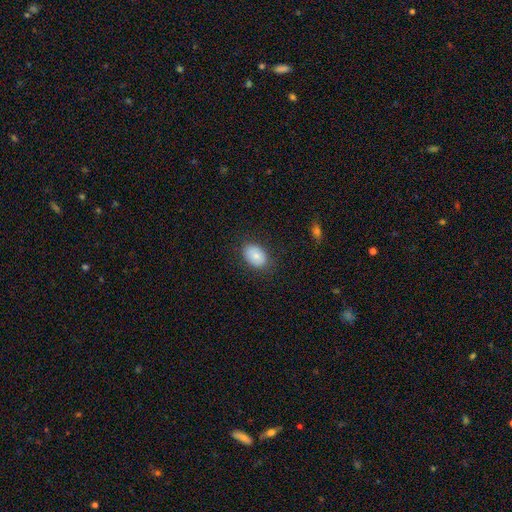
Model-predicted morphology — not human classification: Overall: smooth (80%). How rounded: in between (81%). Merging: none (82%).